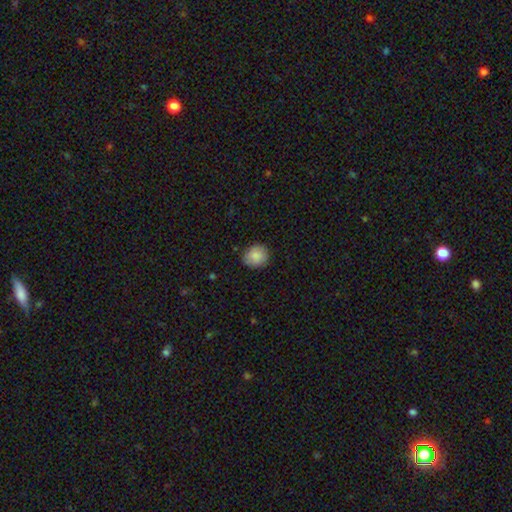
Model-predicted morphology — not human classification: The model was most divided on "how rounded": round: 78%, in between: 21%, cigar-shaped: 1%. More confident: smooth or featured — smooth (87%); merging — none (85%).